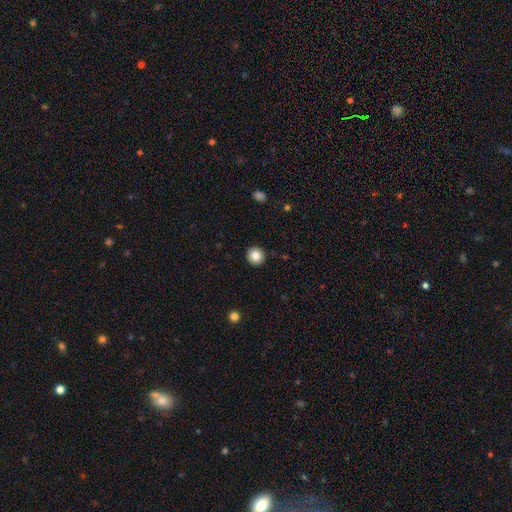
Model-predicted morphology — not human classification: smooth 83%, star or artifact 10%, featured or disk 7%. Down the decision tree: how rounded — round (93%); merging — none (93%).